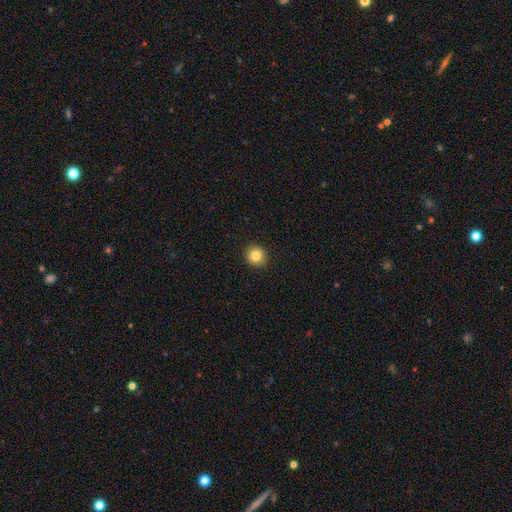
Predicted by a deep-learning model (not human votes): This appears to be a smooth galaxy with no disk features (83%) that is round (93%). Merging: none (92%).